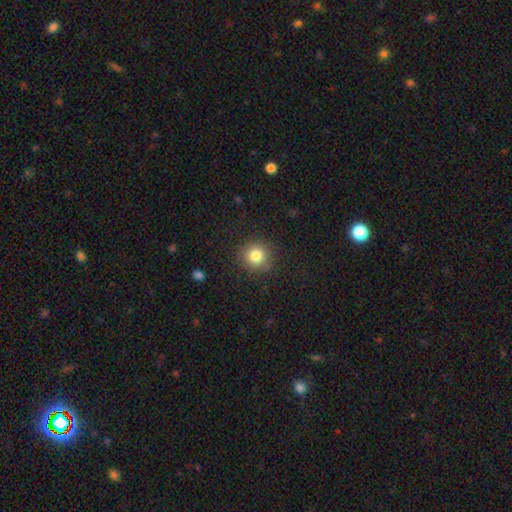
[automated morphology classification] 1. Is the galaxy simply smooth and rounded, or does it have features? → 82% smooth, 11% star or artifact, 7% featured or disk.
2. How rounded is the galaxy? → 92% round, 7% in between, 1% cigar-shaped.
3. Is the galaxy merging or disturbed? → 88% none, 8% minor disturbance, 3% major disturbance, 1% merger.